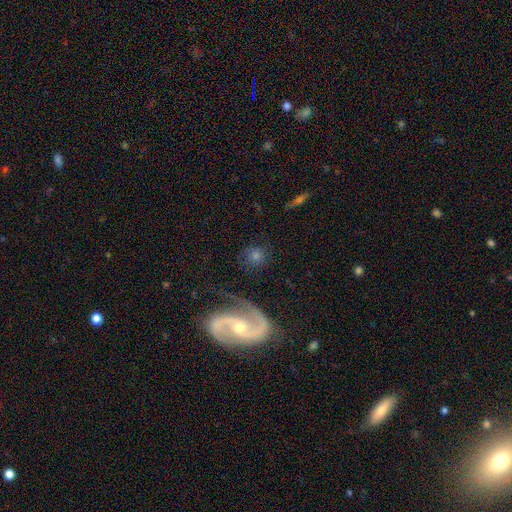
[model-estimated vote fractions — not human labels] featured or disk 63%, smooth 26%, star or artifact 11%. Down the decision tree: edge-on disk — no (95%); bar — no (46%); spiral arms — yes (93%); spiral arm count — 2 (90%); spiral winding — medium (49%); bulge size — small (49%); merging — none (77%).